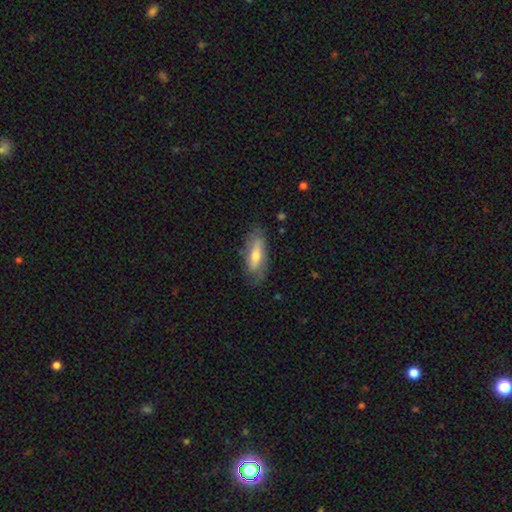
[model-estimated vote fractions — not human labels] smooth-or-featured: smooth: 53% | featured or disk: 41% | star or artifact: 6%
  how-rounded: in between: 63% | cigar-shaped: 34% | round: 2%
  merging: none: 75% | minor disturbance: 18% | major disturbance: 5% | merger: 1%